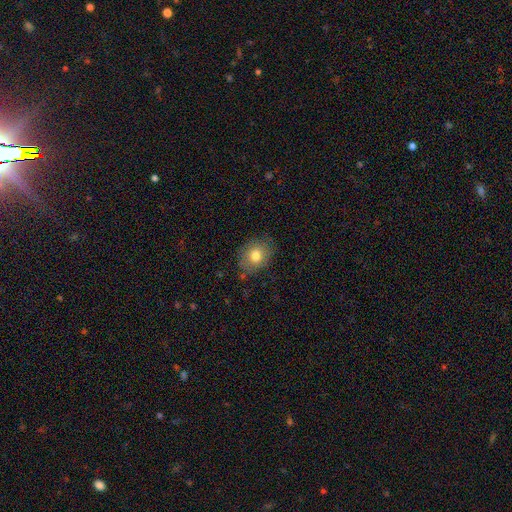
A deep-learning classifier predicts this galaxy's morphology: Smooth or featured? Predicted: smooth (p=0.78). How rounded? Predicted: round (p=0.52). Merging? Predicted: none (p=0.80).